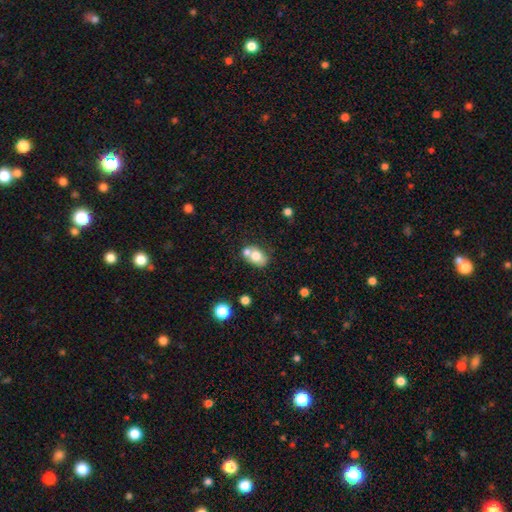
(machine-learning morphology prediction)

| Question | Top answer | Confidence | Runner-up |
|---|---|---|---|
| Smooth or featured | smooth | 71% | featured or disk (19%) |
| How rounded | in between | 68% | round (31%) |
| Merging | merger | 42% | none (41%) |